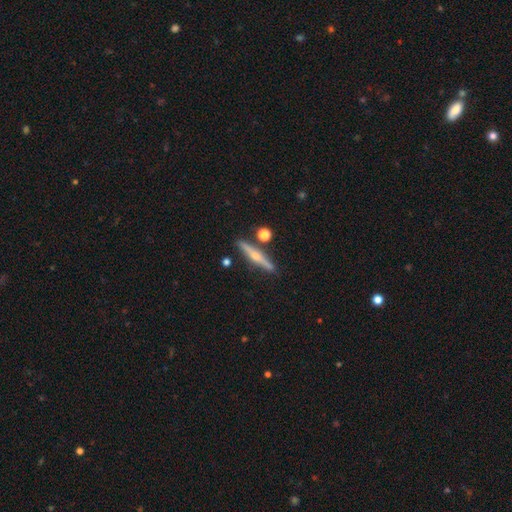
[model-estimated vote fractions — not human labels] Morphology: type=featured or disk (66%); edge-on=yes (97%); edge-on bulge=rounded (89%); merging=none (85%).